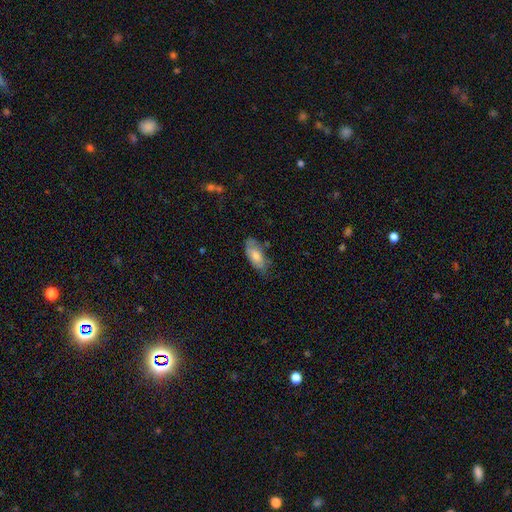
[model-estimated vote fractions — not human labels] Smooth or featured: smooth — 62% (featured or disk — 31%)
How rounded: in between — 83% (cigar-shaped — 14%)
Merging: none — 66% (minor disturbance — 26%)